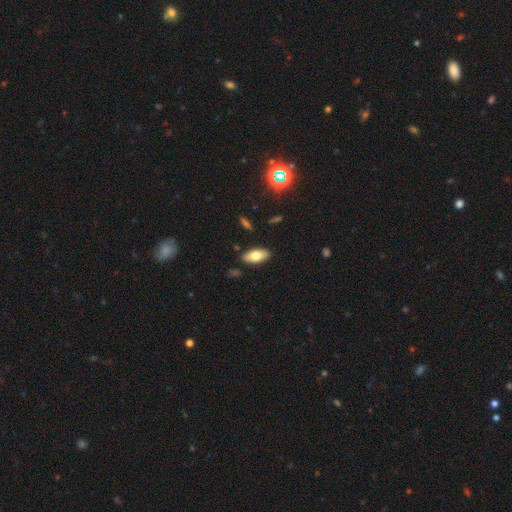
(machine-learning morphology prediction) A smooth galaxy with no disk features (73%) that is in between round and cigar-shaped (89%). Merging: none (87%).